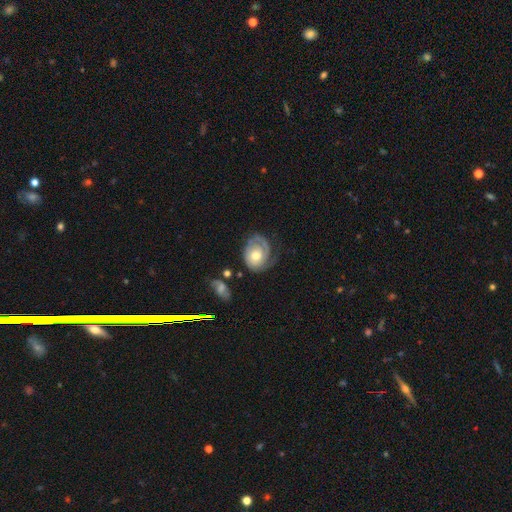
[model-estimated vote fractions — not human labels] Smooth or featured?
  - featured or disk: 74% *
  - smooth: 21%
  - star or artifact: 6%
Edge-on disk?
  - no: 97% *
  - yes: 3%
Bar?
  - no: 79% *
  - weak: 18%
  - strong: 3%
Spiral arms?
  - yes: 88% *
  - no: 12%
Spiral winding?
  - tight: 66% *
  - medium: 24%
  - loose: 10%
Spiral arm count?
  - 1: 36% *
  - 2: 30%
  - can't tell: 23%
  - 3: 7%
  - 4: 2%
  - more than 4: 2%
Bulge size?
  - moderate: 67% *
  - small: 23%
  - large: 7%
  - none: 1%
  - dominant: 1%
Merging?
  - none: 57% *
  - minor disturbance: 24%
  - major disturbance: 16%
  - merger: 3%